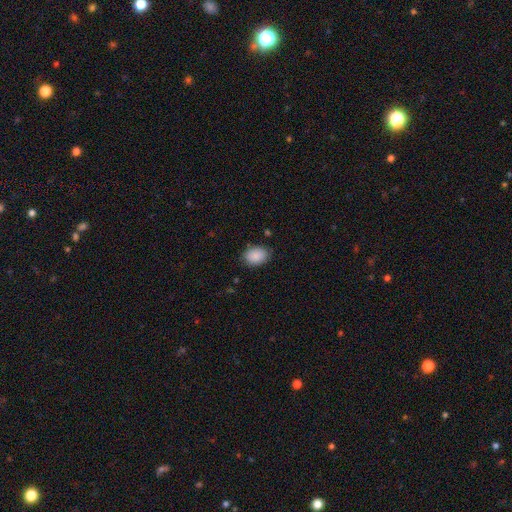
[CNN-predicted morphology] Smooth or featured: smooth — 89% (star or artifact — 7%)
How rounded: in between — 73% (round — 26%)
Merging: none — 82% (minor disturbance — 14%)